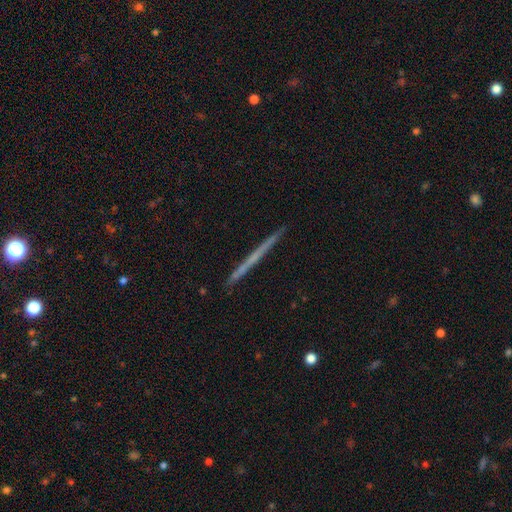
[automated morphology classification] smooth_or_featured: featured or disk (p=0.55) [alt: smooth p=0.39]
disk_edge_on: yes (p=0.98) [alt: no p=0.02]
edge_on_bulge: none (p=0.91) [alt: rounded p=0.06]
merging: none (p=0.92) [alt: minor disturbance p=0.06]